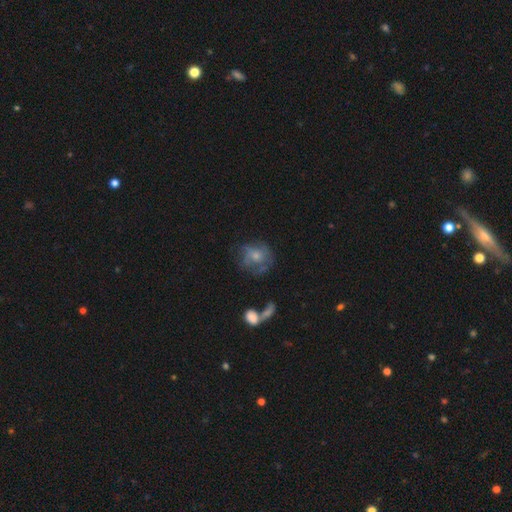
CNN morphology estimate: Smooth or featured? smooth (46%)
Merging? none (46%)